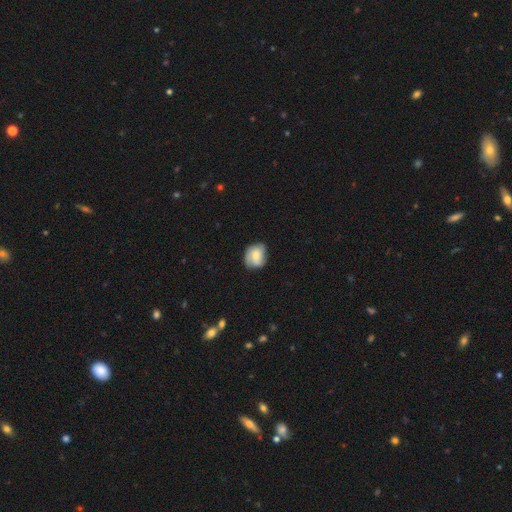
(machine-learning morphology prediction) A smooth galaxy with no disk features (57%) that is round (57%). Merging: none (62%).